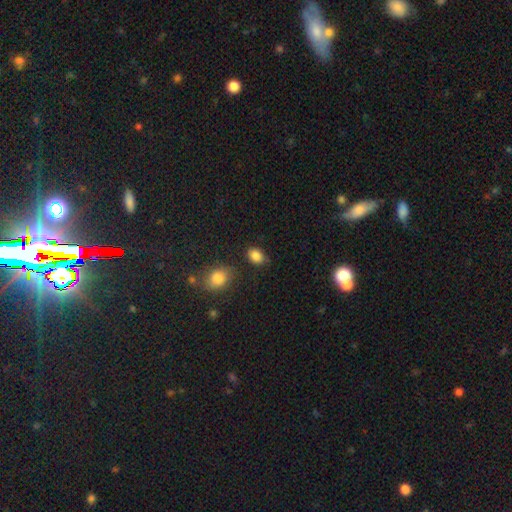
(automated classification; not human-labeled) Smooth or featured: smooth — 85% (star or artifact — 10%)
How rounded: in between — 68% (round — 31%)
Merging: none — 71% (minor disturbance — 21%)